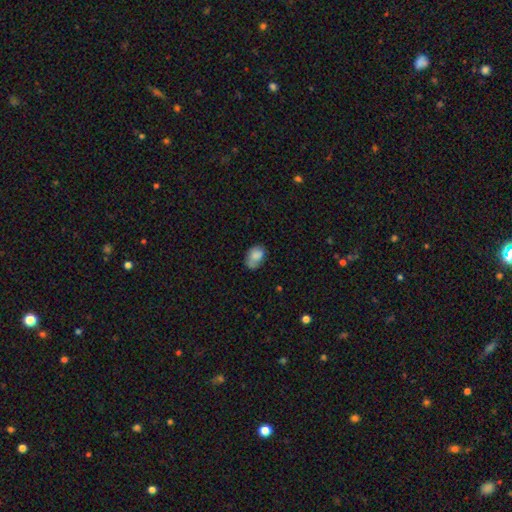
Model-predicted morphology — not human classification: Smooth or featured? smooth (79%)
How rounded? in between (83%)
Merging? none (52%)